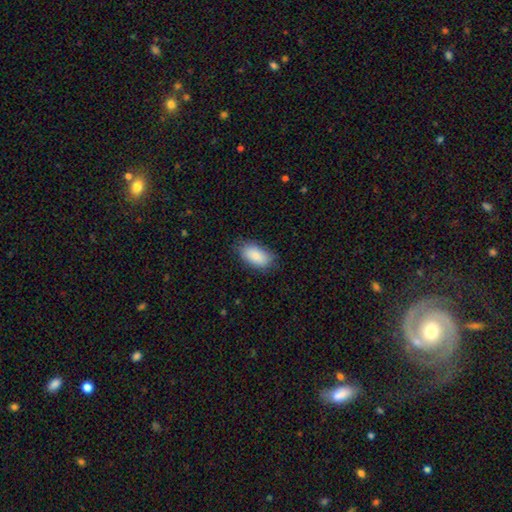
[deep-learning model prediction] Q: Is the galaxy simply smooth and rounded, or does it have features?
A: smooth — 88%.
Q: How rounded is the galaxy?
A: in between — 94%.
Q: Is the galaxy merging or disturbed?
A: none — 78%.